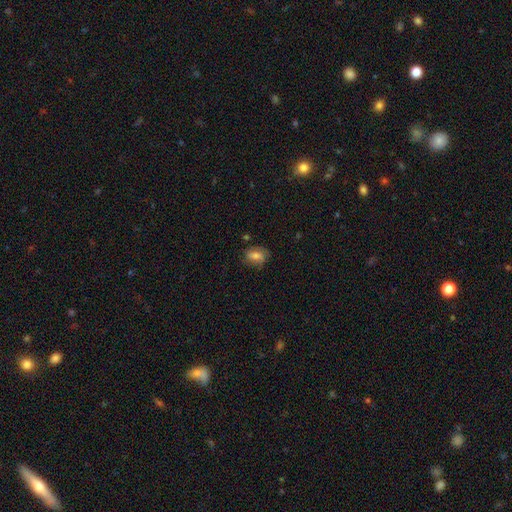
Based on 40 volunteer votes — smooth 72%, featured or disk 20%, star or artifact 8%. Down the decision tree: how rounded — in between (66%); merging — none (73%).